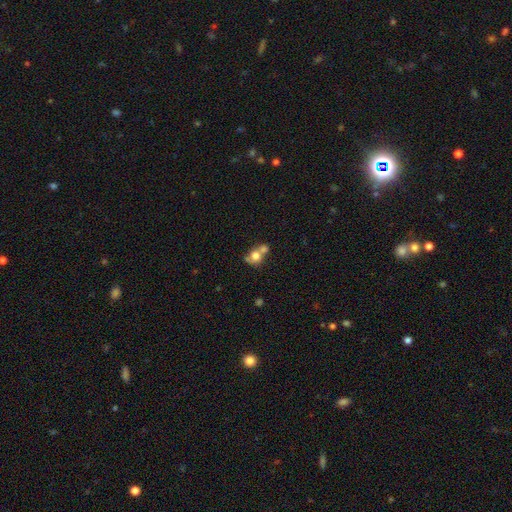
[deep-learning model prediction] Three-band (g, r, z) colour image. It shows a smooth galaxy with no disk features (70%) that is round (73%). Merging: merger (58%).